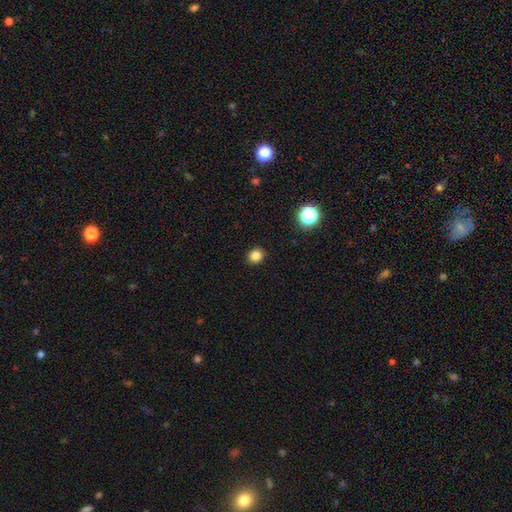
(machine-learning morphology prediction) Smooth or featured: smooth — 83% (star or artifact — 13%)
How rounded: round — 82% (in between — 17%)
Merging: none — 92% (minor disturbance — 6%)